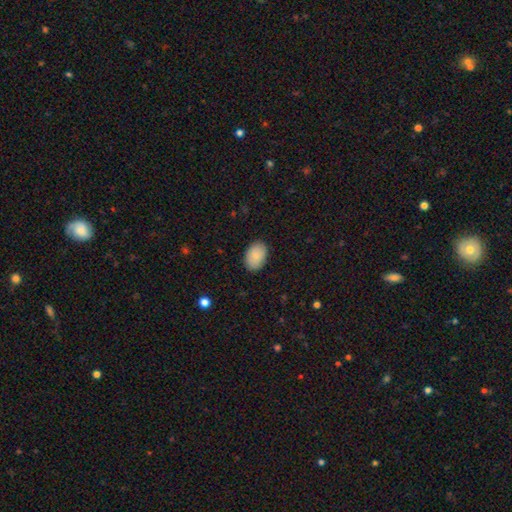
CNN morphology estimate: Smooth or featured? smooth (88%)
How rounded? in between (87%)
Merging? none (88%)